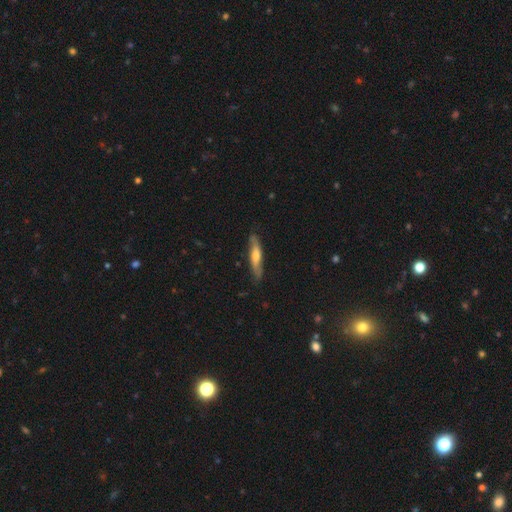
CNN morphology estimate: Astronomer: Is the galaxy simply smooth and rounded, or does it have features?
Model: smooth — 50% (runner-up: featured or disk, 45%).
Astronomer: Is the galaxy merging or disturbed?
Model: none — 80%.